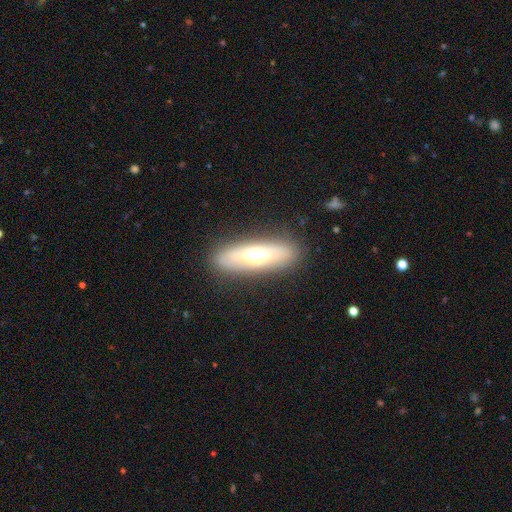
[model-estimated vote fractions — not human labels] Smooth or featured? smooth (48%)
Merging? none (83%)